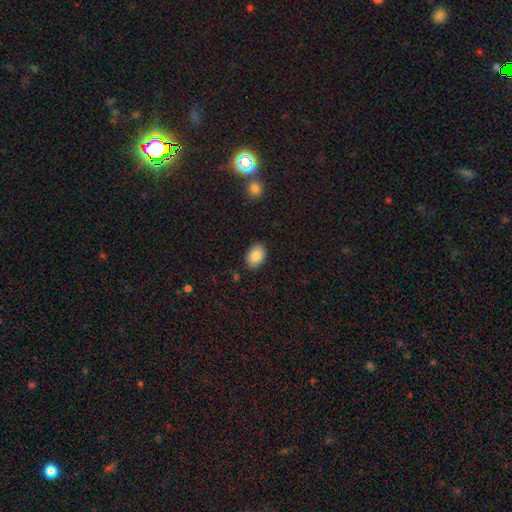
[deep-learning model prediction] smooth_or_featured: smooth (p=0.87) [alt: star or artifact p=0.07]
how_rounded: in between (p=0.85) [alt: round p=0.14]
merging: none (p=0.88) [alt: minor disturbance p=0.09]